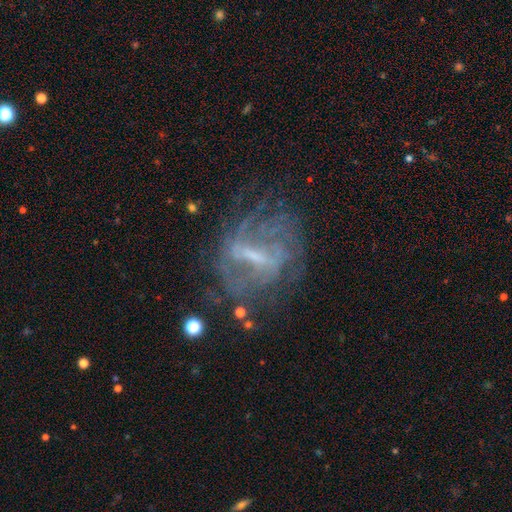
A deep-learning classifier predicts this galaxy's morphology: featured or disk 77%, star or artifact 12%, smooth 11%. Down the decision tree: edge-on disk — no (94%); bar — strong (47%); spiral arms — yes (68%); bulge size — small (47%); merging — none (55%).